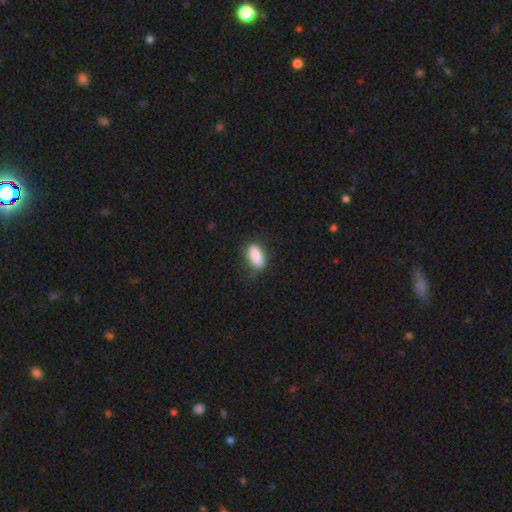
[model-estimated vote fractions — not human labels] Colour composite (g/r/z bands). It shows a smooth galaxy with no disk features (88%) that is in between round and cigar-shaped (83%). Merging: none (76%).